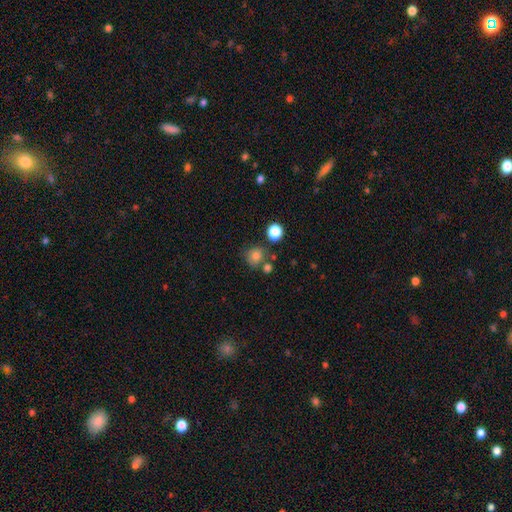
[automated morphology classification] A smooth galaxy with no disk features (79%) that is round (84%). Merging: none (68%).